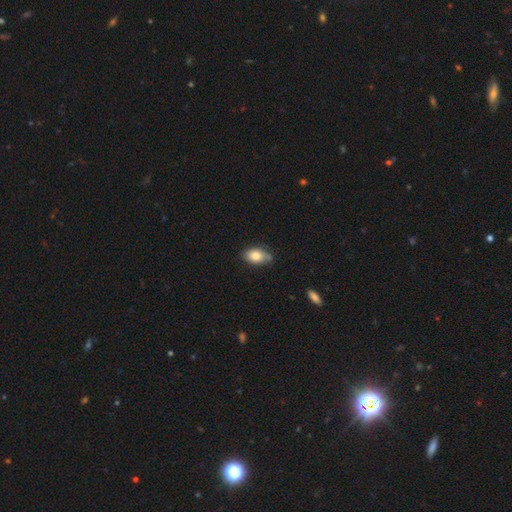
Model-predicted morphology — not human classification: Overall: smooth (82%). How rounded: in between (89%). Merging: none (68%).